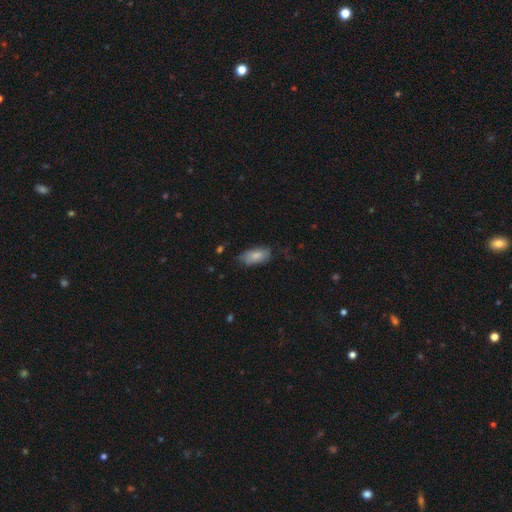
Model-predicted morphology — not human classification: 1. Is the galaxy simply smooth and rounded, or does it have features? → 80% smooth, 13% featured or disk, 7% star or artifact.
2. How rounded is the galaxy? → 89% in between, 9% cigar-shaped, 3% round.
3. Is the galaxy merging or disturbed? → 66% none, 26% minor disturbance, 7% major disturbance, 2% merger.